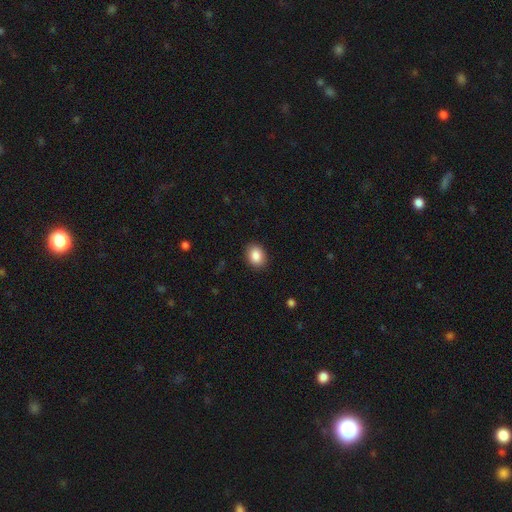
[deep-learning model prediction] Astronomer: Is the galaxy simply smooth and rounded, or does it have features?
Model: smooth — 87%.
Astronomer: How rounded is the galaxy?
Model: in between — 68%.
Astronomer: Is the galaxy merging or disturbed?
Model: none — 89%.